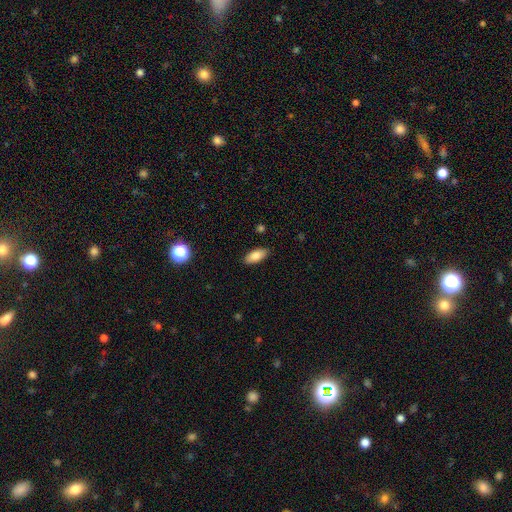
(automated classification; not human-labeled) Smooth or featured: smooth — 84% (featured or disk — 8%)
How rounded: in between — 85% (cigar-shaped — 13%)
Merging: none — 88% (minor disturbance — 9%)